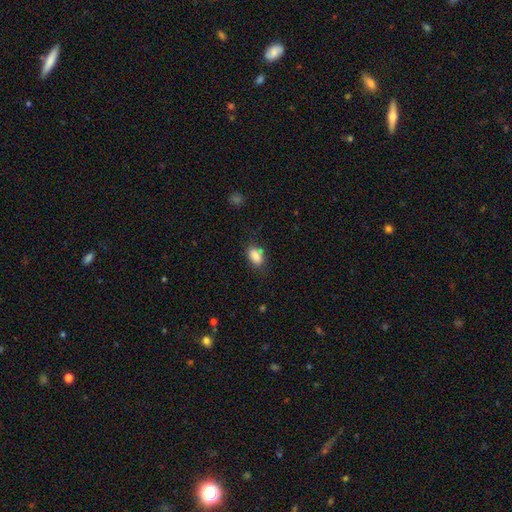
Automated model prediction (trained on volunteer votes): smooth 86%, star or artifact 8%, featured or disk 5%. Down the decision tree: how rounded — in between (83%); merging — none (71%).